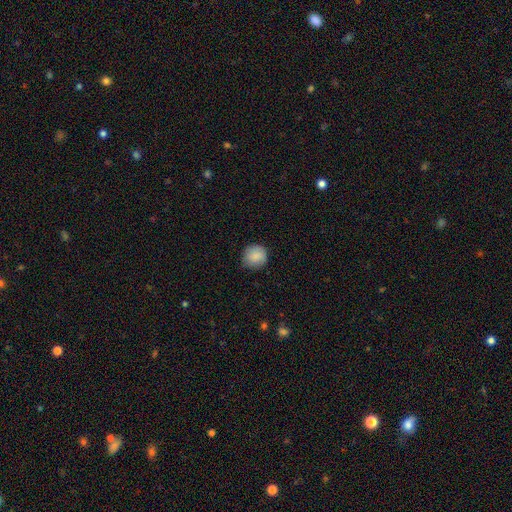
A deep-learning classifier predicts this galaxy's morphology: A smooth galaxy with no disk features (87%) that is round (90%). Merging: none (78%).